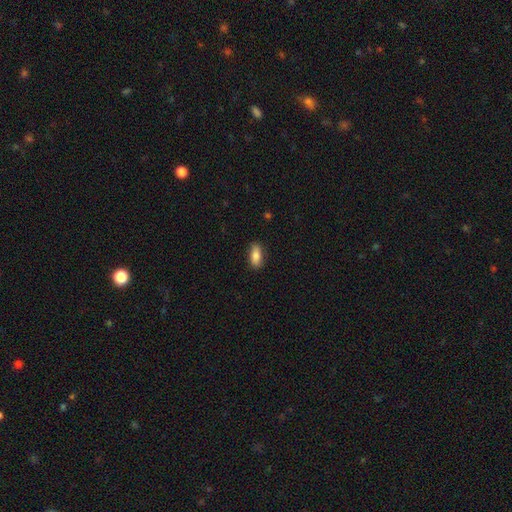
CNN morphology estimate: This appears to be a smooth galaxy with no disk features (81%) that is in between round and cigar-shaped (81%). Merging: none (84%).